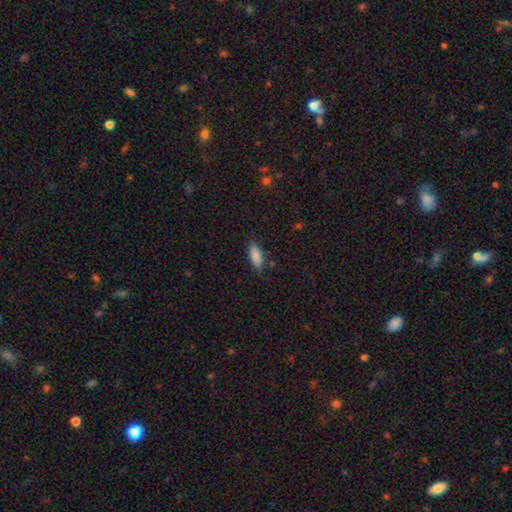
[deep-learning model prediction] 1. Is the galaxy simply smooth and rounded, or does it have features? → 87% smooth, 7% star or artifact, 6% featured or disk.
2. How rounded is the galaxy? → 77% in between, 21% cigar-shaped, 2% round.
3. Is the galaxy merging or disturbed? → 79% none, 16% minor disturbance, 3% major disturbance, 2% merger.